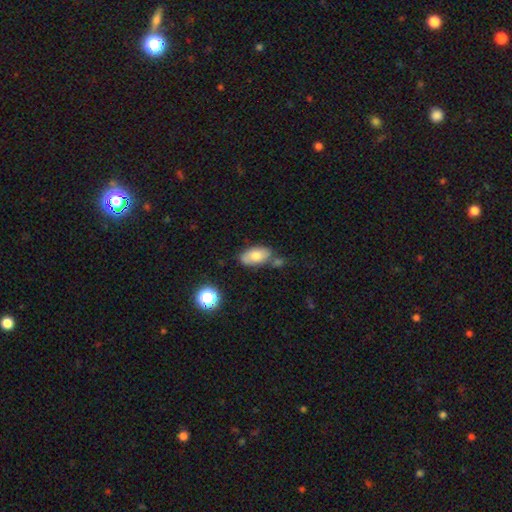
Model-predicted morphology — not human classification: smooth-or-featured: smooth: 74% | featured or disk: 17% | star or artifact: 9%
  how-rounded: in between: 92% | round: 5% | cigar-shaped: 3%
  merging: none: 65% | minor disturbance: 19% | merger: 12% | major disturbance: 5%